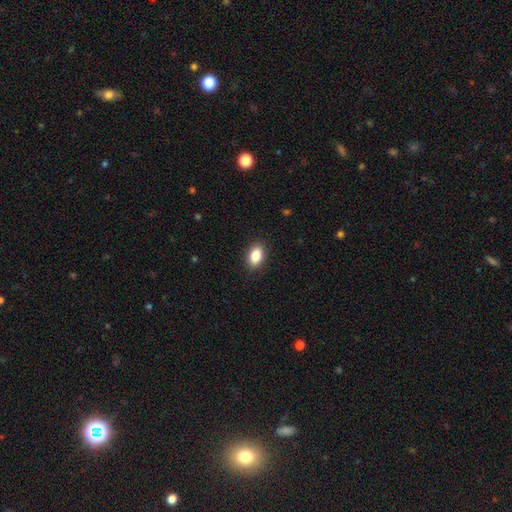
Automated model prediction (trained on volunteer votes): smooth-or-featured: smooth: 86% | star or artifact: 8% | featured or disk: 6%
  how-rounded: in between: 89% | round: 9% | cigar-shaped: 2%
  merging: none: 89% | minor disturbance: 8% | major disturbance: 2% | merger: 1%